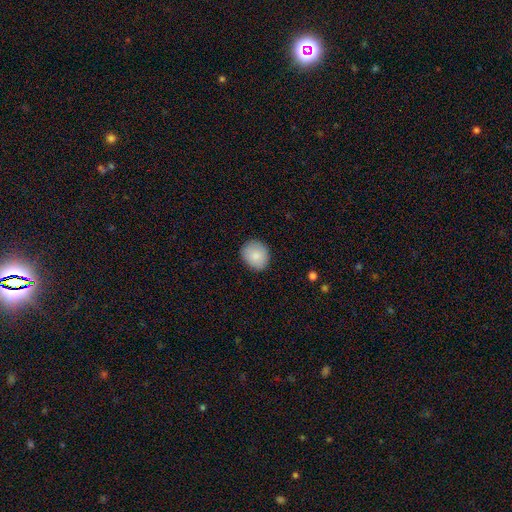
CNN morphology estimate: type=smooth (87%); roundness=round (72%); merging=none (86%).